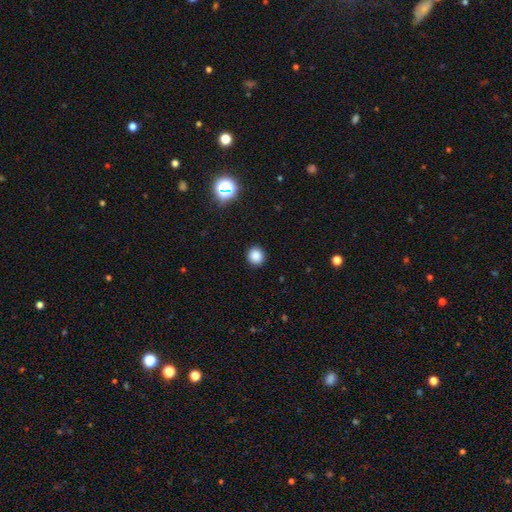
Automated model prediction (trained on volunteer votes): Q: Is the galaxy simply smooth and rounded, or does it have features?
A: smooth — 85%.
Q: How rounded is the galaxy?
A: round — 92%.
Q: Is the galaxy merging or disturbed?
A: none — 92%.